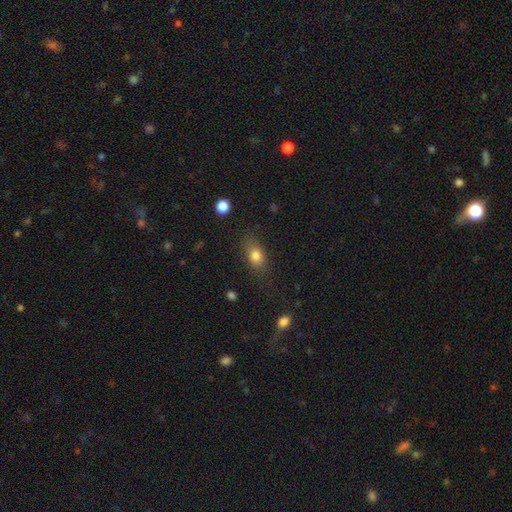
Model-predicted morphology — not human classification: This appears to be a smooth galaxy with no disk features (81%) that is in between round and cigar-shaped (72%). Merging: none (74%).